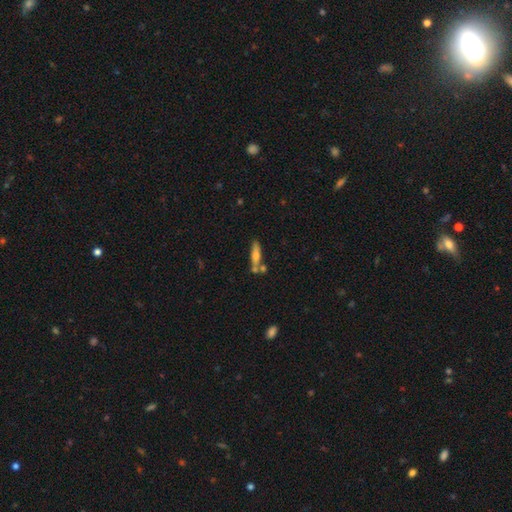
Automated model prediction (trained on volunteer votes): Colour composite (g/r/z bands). It shows a smooth galaxy with no disk features (53%) that is cigar-shaped (72%). Merging: none (61%).